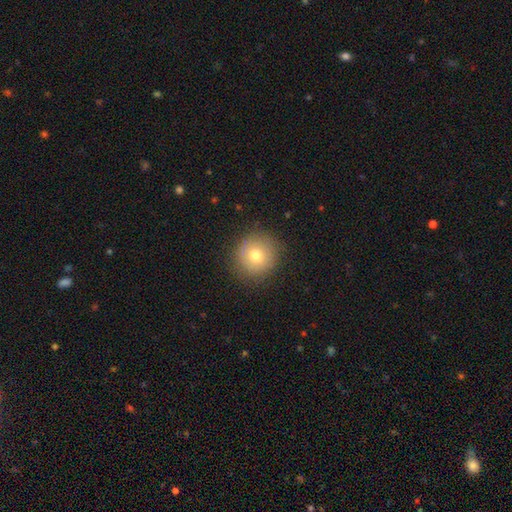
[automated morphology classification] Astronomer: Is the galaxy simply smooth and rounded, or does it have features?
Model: smooth — 71%.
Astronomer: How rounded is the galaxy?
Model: round — 92%.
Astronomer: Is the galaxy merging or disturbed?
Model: none — 85%.